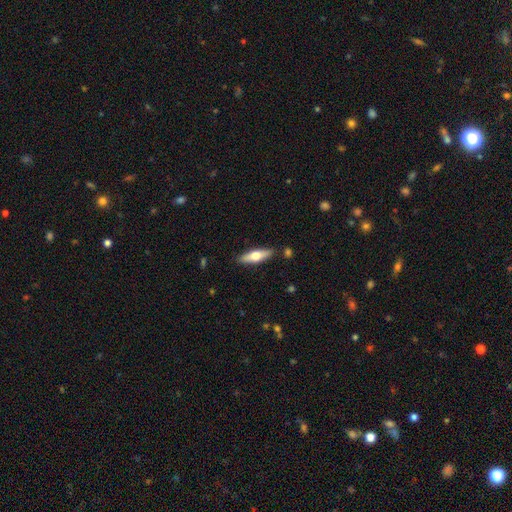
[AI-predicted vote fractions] Q: Smooth or featured?
A: smooth (52%); runner-up: featured or disk (43%)
Q: How rounded?
A: cigar-shaped (57%); runner-up: in between (41%)
Q: Merging?
A: none (87%); runner-up: minor disturbance (9%)